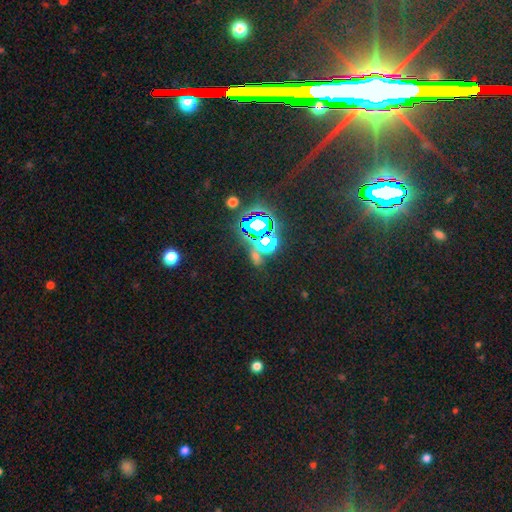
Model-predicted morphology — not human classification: Smooth or featured? Predicted: star or artifact (p=0.64).